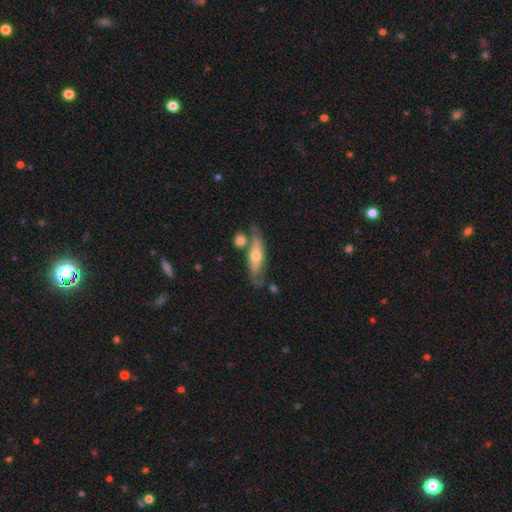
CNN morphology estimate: featured or disk 51%, smooth 43%, star or artifact 6%. Down the decision tree: edge-on disk — no (52%); merging — none (57%).